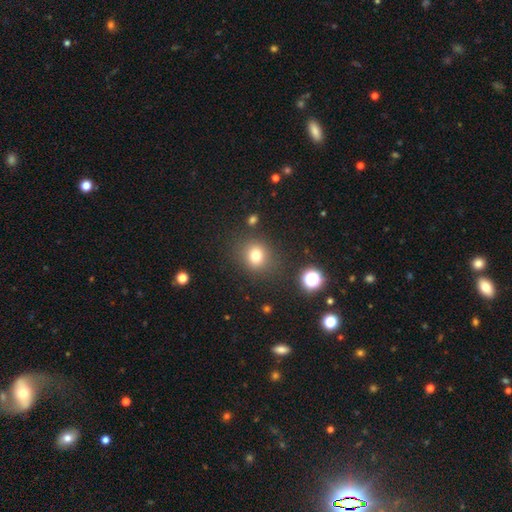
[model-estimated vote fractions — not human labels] Morphology: type=smooth (76%); roundness=round (79%); merging=none (82%).